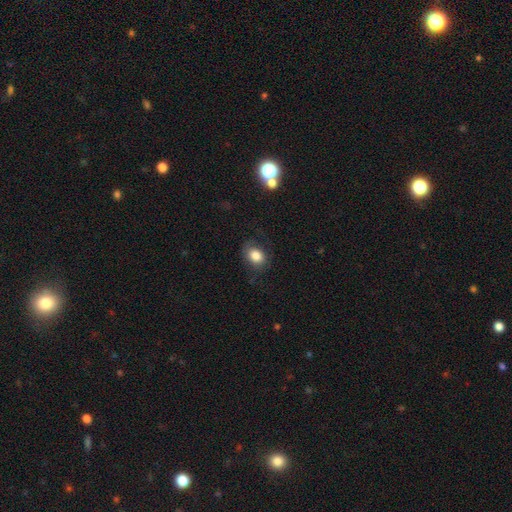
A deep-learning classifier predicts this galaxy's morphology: The model was most divided on "how rounded": in between: 63%, round: 36%, cigar-shaped: 1%. More confident: smooth or featured — smooth (81%); merging — none (71%).